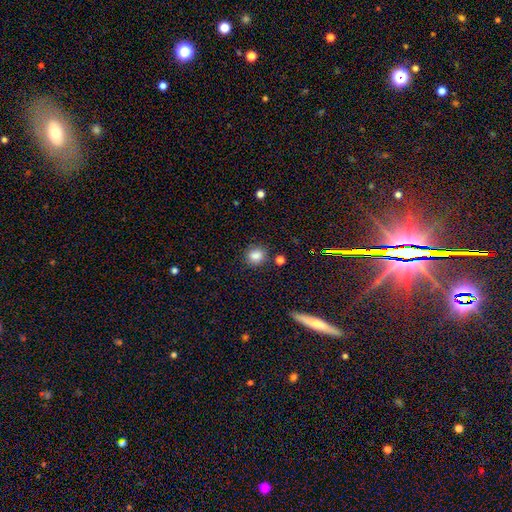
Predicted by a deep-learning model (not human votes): This is clearly a smooth galaxy (83%). How rounded: likely round (70%). Merging: clearly none (82%).